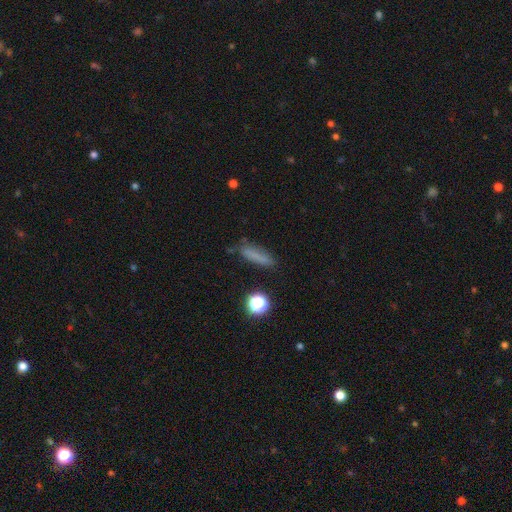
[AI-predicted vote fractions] This is likely a smooth galaxy (73%). How rounded: likely cigar-shaped (71%). Merging: likely none (74%).